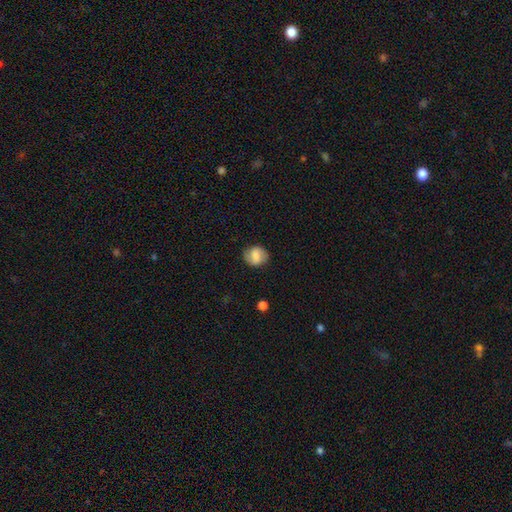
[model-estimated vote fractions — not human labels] Smooth or featured? smooth (57%)
How rounded? round (69%)
Merging? none (79%)